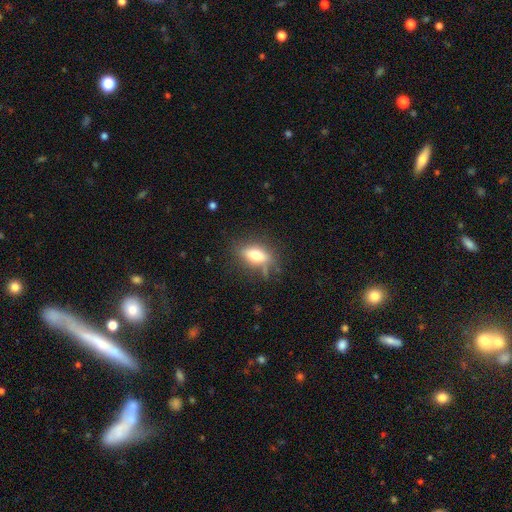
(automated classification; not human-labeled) Smooth or featured: smooth — 62% (featured or disk — 28%)
How rounded: in between — 75% (cigar-shaped — 15%)
Merging: none — 70% (minor disturbance — 19%)